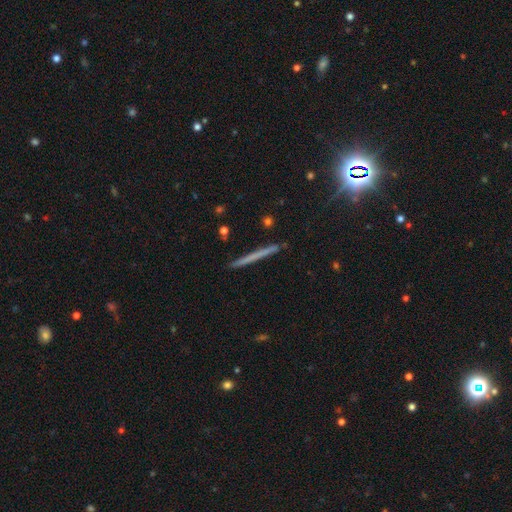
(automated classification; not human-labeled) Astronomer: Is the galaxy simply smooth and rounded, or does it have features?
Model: smooth — 48% (runner-up: featured or disk, 42%).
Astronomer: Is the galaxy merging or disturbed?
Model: none — 91%.